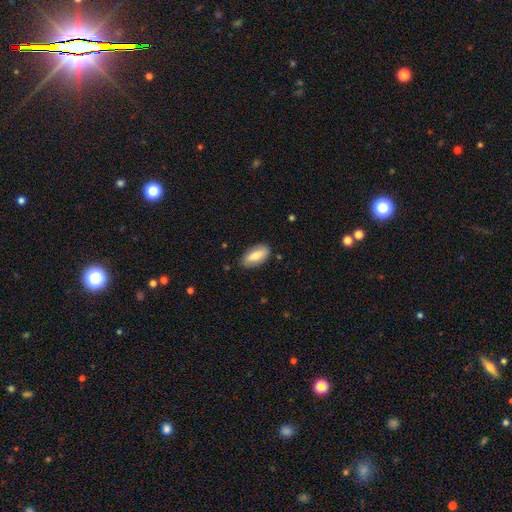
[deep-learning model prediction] smooth_or_featured: smooth (p=0.74) [alt: featured or disk p=0.20]
how_rounded: in between (p=0.89) [alt: cigar-shaped p=0.08]
merging: none (p=0.84) [alt: minor disturbance p=0.12]